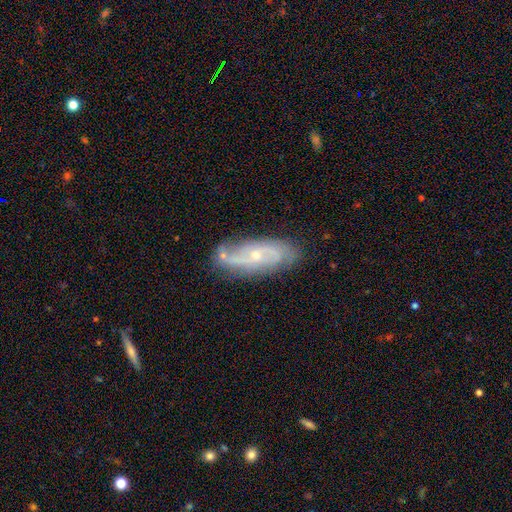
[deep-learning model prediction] Morphology: type=featured or disk (79%); edge-on=no (89%); bar=no (61%); spiral arms=yes (92%); winding=medium (44%); arm count=2 (56%); bulge=small (68%); merging=none (70%).